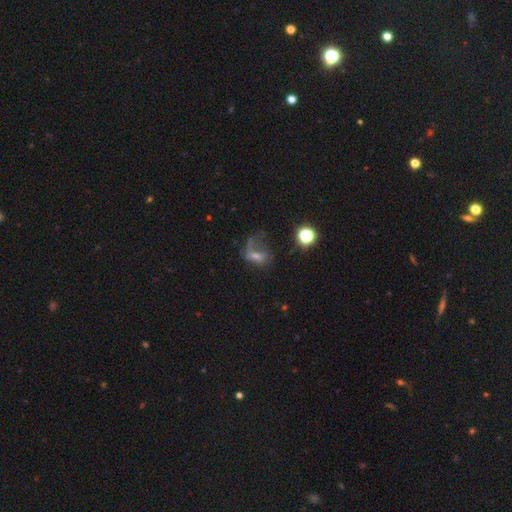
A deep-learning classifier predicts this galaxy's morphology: Smooth or featured: featured or disk — 46% (smooth — 35%)
Merging: major disturbance — 55% (none — 23%)